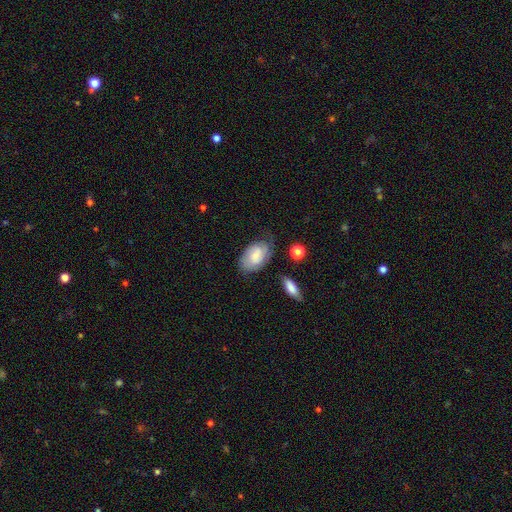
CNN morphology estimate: Smooth or featured?
  - smooth: 52% *
  - featured or disk: 41%
  - star or artifact: 7%
How rounded?
  - in between: 90% *
  - round: 8%
  - cigar-shaped: 2%
Merging?
  - none: 60% *
  - minor disturbance: 26%
  - major disturbance: 11%
  - merger: 3%